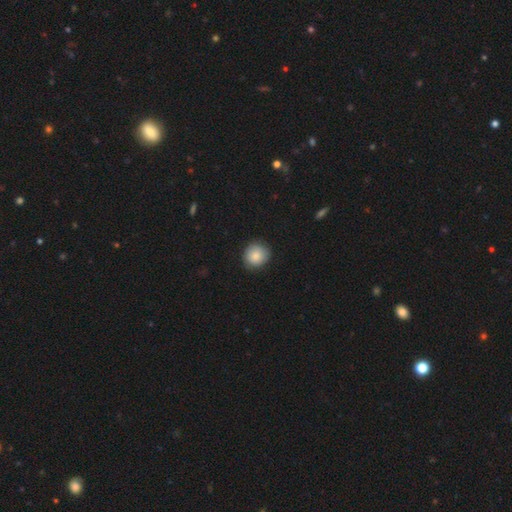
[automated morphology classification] The model was most divided on "merging": none: 87%, minor disturbance: 10%, major disturbance: 2%, merger: 1%. More confident: how rounded — round (88%); smooth or featured — smooth (86%).